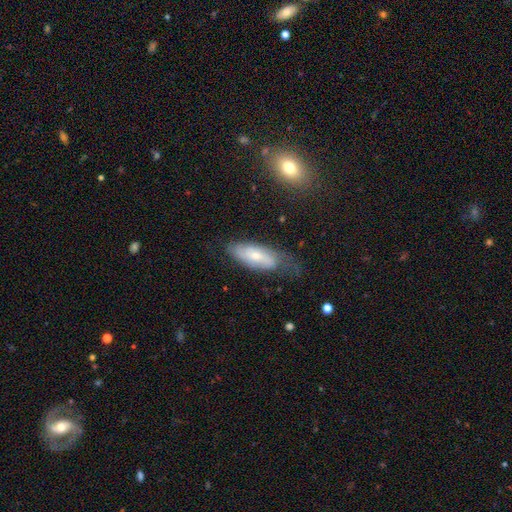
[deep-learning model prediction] Morphology: type=featured or disk (51%); edge-on=no (82%); merging=none (55%).